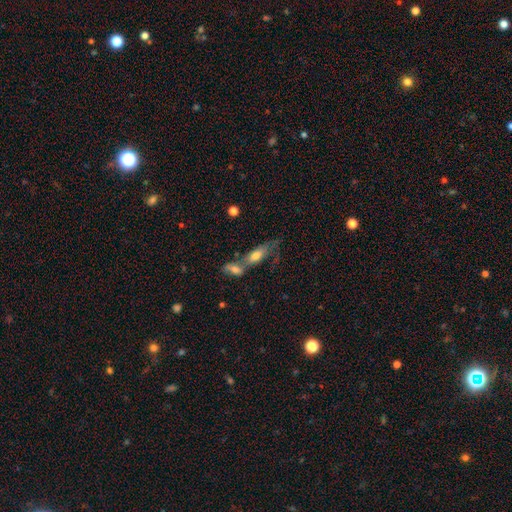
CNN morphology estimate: Smooth or featured: smooth — 51% (featured or disk — 37%)
How rounded: in between — 62% (cigar-shaped — 32%)
Merging: merger — 54% (none — 27%)